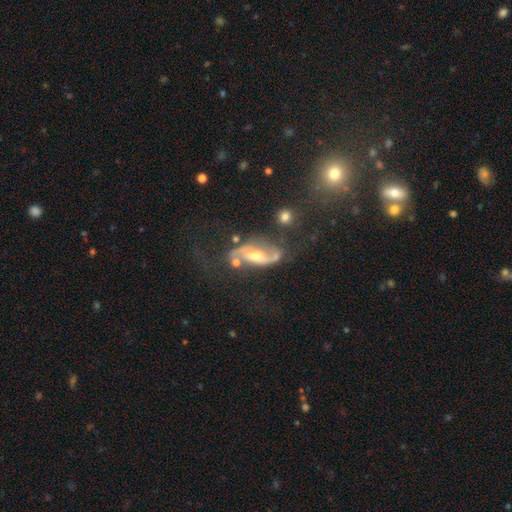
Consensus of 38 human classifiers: Volunteers were most divided on "spiral winding": loose: 47%, medium: 38%, tight: 16%. Remaining: edge-on disk — no (100%); spiral arms — yes (94%); spiral arm count — 2 (91%); smooth or featured — featured or disk (89%); bulge size — moderate (68%); bar — no (53%); merging — none (44%).